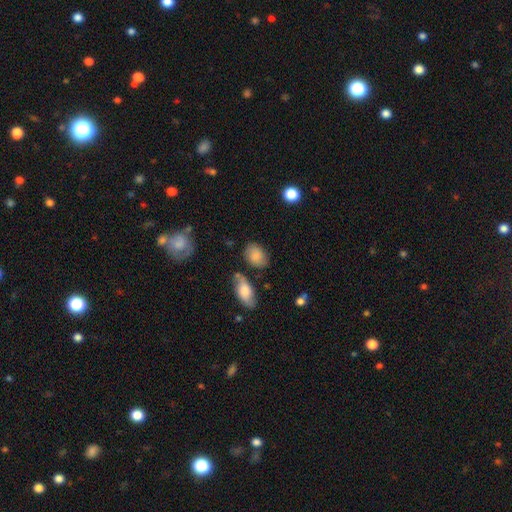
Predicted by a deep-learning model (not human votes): The model was most divided on "how rounded": in between: 73%, round: 26%, cigar-shaped: 2%. More confident: smooth or featured — smooth (84%); merging — none (72%).